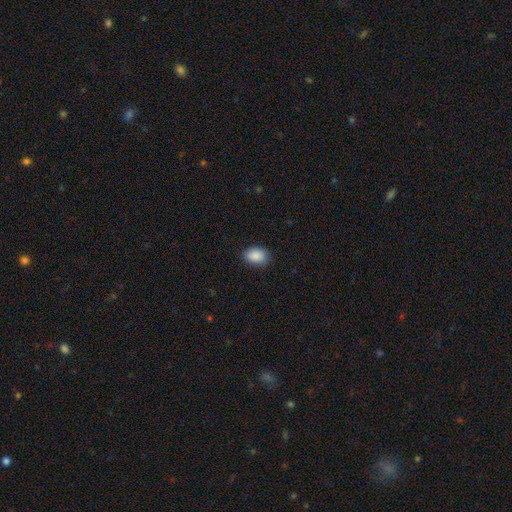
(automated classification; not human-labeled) Morphology: type=smooth (90%); roundness=in between (82%); merging=none (86%).